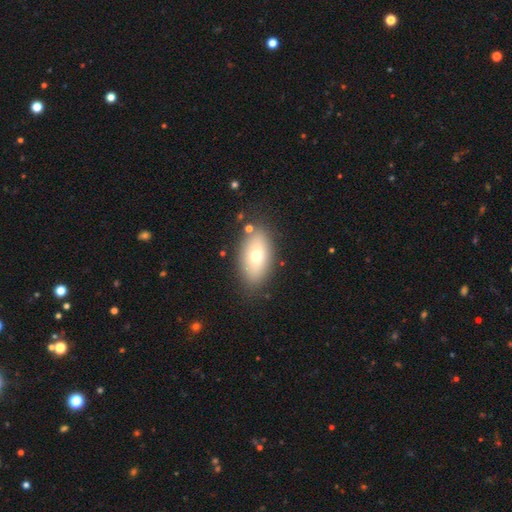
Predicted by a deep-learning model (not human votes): The model was most divided on "smooth or featured": smooth: 70%, featured or disk: 22%, star or artifact: 9%. More confident: how rounded — in between (90%); merging — none (82%).